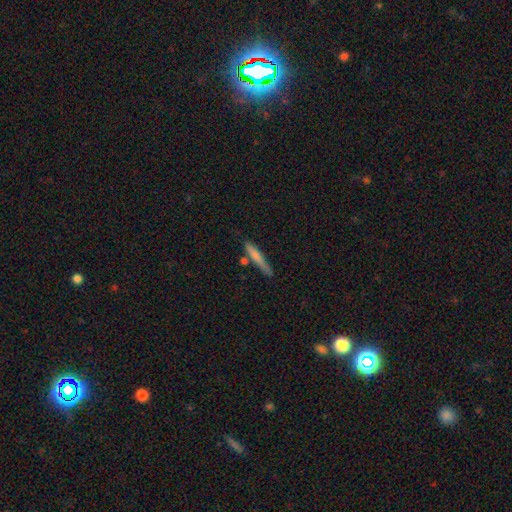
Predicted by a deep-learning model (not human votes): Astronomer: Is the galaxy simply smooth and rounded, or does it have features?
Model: smooth — 69%.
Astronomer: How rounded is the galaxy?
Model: cigar-shaped — 93%.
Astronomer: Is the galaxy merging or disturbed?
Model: none — 67%.